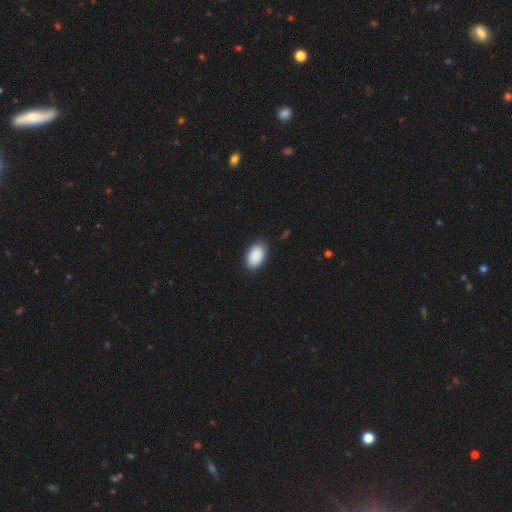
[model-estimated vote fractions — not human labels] smooth 91%, star or artifact 6%, featured or disk 3%. Down the decision tree: how rounded — in between (92%); merging — none (88%).